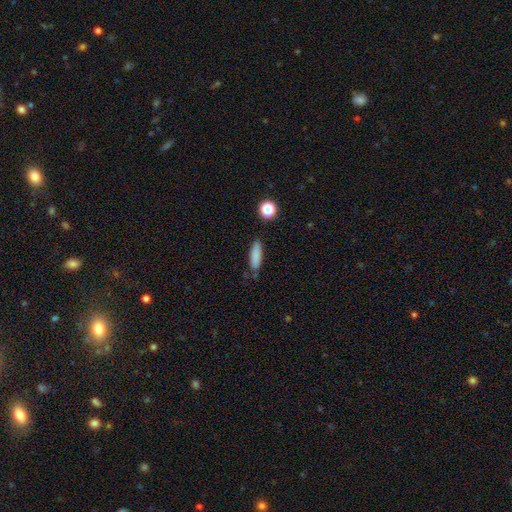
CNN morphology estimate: type=smooth (84%); roundness=cigar-shaped (50%); merging=none (77%).